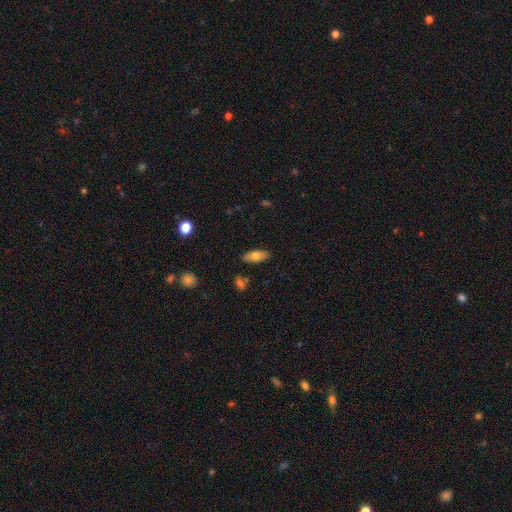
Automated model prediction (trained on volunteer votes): A smooth galaxy with no disk features (73%) that is in between round and cigar-shaped (78%). Merging: none (86%).